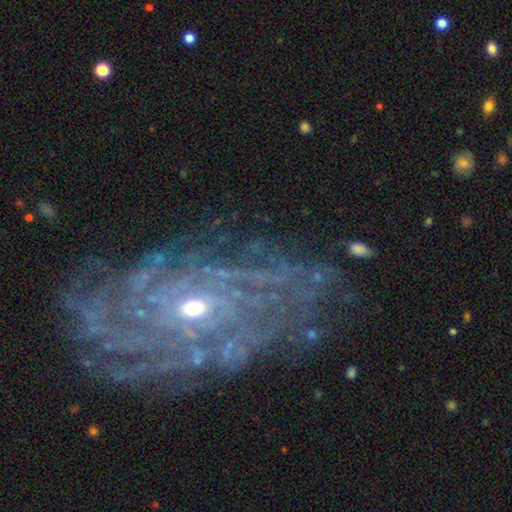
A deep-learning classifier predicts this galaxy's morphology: featured or disk 86%, star or artifact 9%, smooth 6%. Down the decision tree: edge-on disk — no (94%); bar — no (66%); spiral arms — yes (94%); spiral arm count — can't tell (33%); spiral winding — tight (75%); bulge size — small (63%); merging — none (78%).